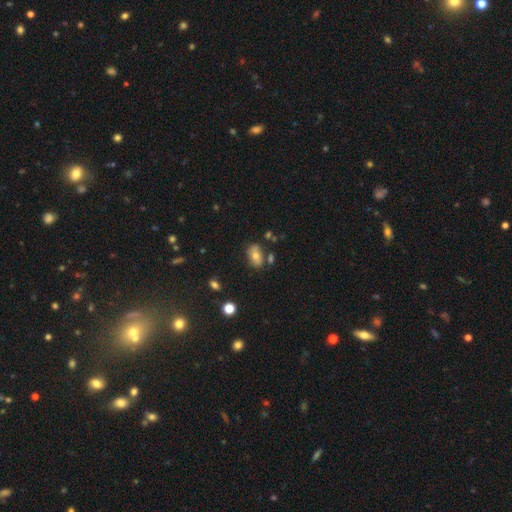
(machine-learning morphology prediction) This is likely a smooth galaxy (69%). How rounded: clearly in between (86%). Merging: likely none (68%).